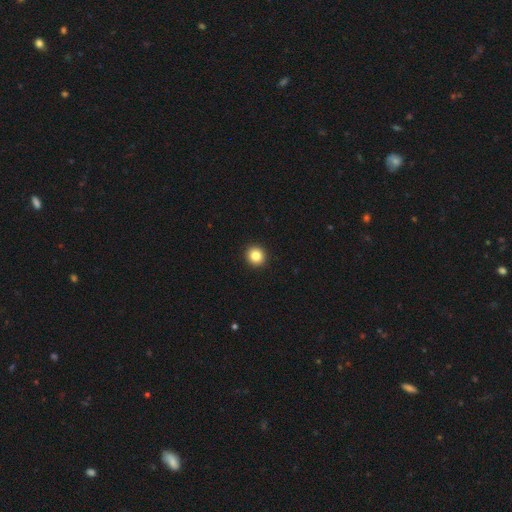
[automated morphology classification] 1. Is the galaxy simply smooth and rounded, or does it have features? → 85% smooth, 10% star or artifact, 5% featured or disk.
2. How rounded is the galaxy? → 91% round, 8% in between, 1% cigar-shaped.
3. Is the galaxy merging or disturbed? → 94% none, 4% minor disturbance, 1% major disturbance, 1% merger.